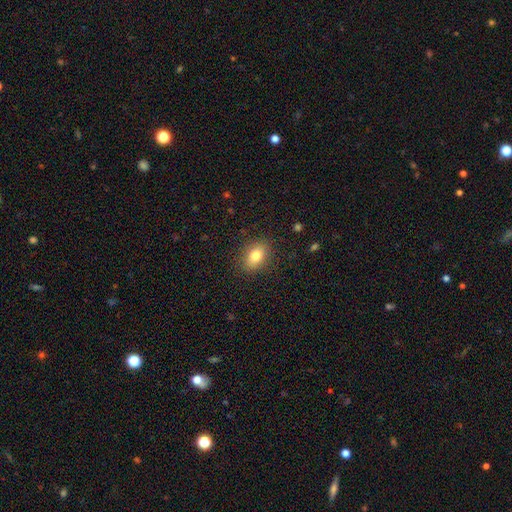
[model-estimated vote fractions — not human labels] smooth_or_featured: smooth (p=0.81) [alt: featured or disk p=0.10]
how_rounded: in between (p=0.80) [alt: round p=0.18]
merging: none (p=0.86) [alt: minor disturbance p=0.10]